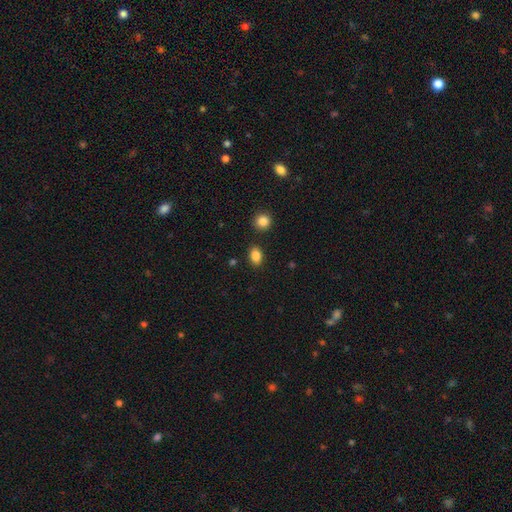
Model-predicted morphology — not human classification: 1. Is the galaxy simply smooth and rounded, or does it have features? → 86% smooth, 10% star or artifact, 4% featured or disk.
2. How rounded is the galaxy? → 76% in between, 23% round, 1% cigar-shaped.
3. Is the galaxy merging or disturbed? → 85% none, 9% minor disturbance, 4% merger, 2% major disturbance.